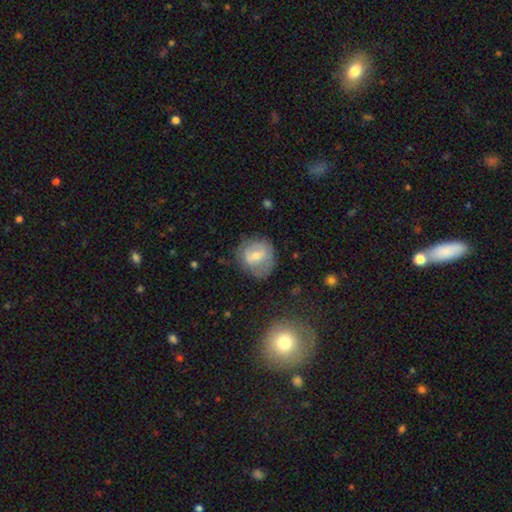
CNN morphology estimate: smooth-or-featured: smooth: 48% | featured or disk: 43% | star or artifact: 9%
  merging: none: 65% | minor disturbance: 23% | major disturbance: 10% | merger: 3%